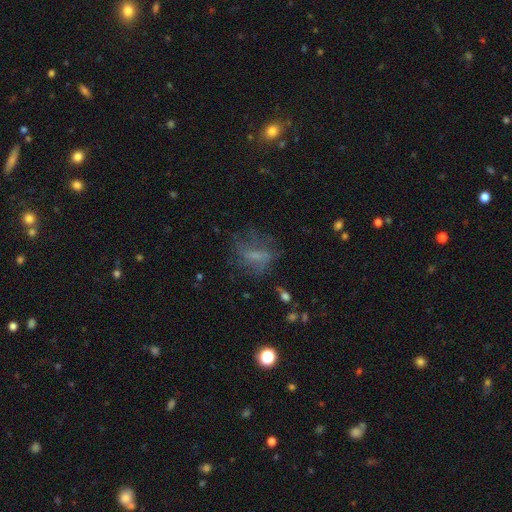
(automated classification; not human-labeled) A smooth galaxy with no disk features (43%).

Vote fractions:
- Smooth or featured? smooth: 43% / featured or disk: 38% / star or artifact: 19%
- Merging? none: 51% / major disturbance: 26% / minor disturbance: 20% / merger: 3%